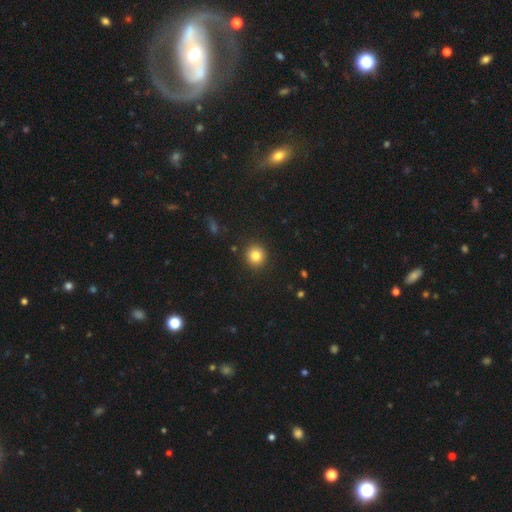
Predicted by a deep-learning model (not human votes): A smooth galaxy with no disk features (82%) that is round (93%).

Vote fractions:
- Smooth or featured? smooth: 82% / star or artifact: 11% / featured or disk: 7%
- How rounded? round: 93% / in between: 6% / cigar-shaped: 1%
- Merging? none: 91% / minor disturbance: 5% / major disturbance: 2% / merger: 1%